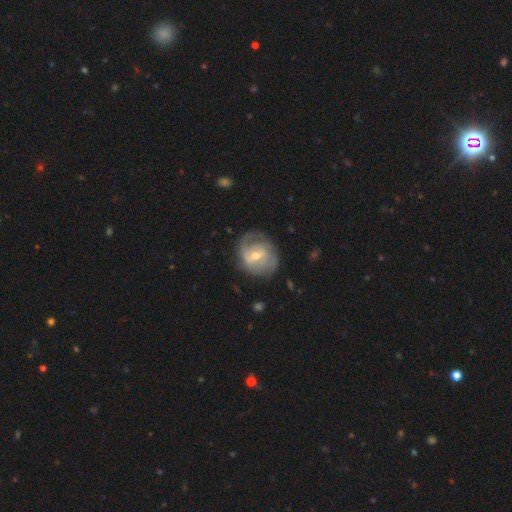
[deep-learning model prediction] smooth_or_featured: featured or disk (p=0.75) [alt: smooth p=0.20]
disk_edge_on: no (p=0.97) [alt: yes p=0.03]
bar: weak (p=0.55) [alt: no p=0.24]
has_spiral_arms: yes (p=0.86) [alt: no p=0.14]
spiral_winding: tight (p=0.43) [alt: medium p=0.39]
spiral_arm_count: 2 (p=0.53) [alt: can't tell p=0.25]
bulge_size: moderate (p=0.54) [alt: small p=0.42]
merging: none (p=0.66) [alt: minor disturbance p=0.21]